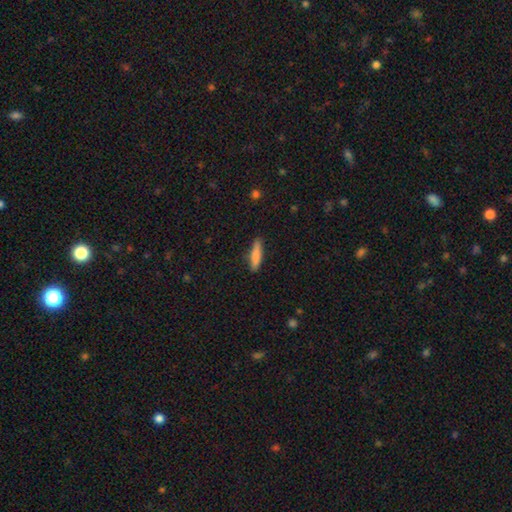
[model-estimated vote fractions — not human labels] Overall: smooth (80%). How rounded: cigar-shaped (80%). Merging: none (87%).